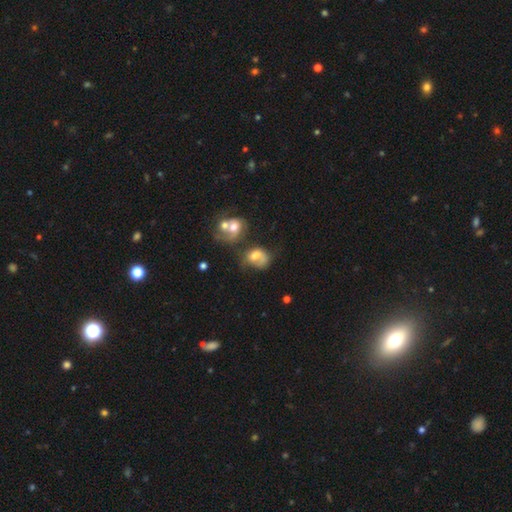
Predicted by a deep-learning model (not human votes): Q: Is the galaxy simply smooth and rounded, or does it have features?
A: smooth — 49%.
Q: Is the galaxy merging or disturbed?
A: merger — 36%.